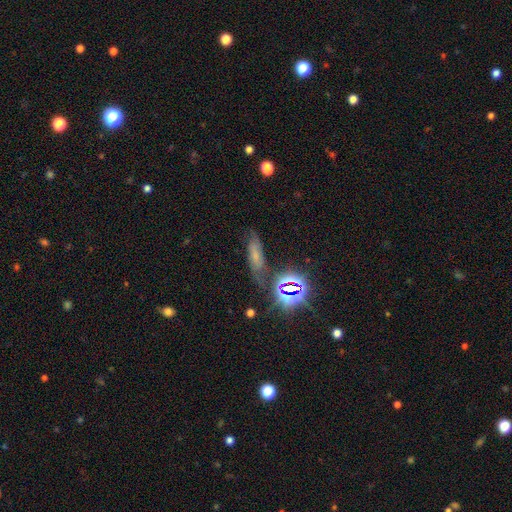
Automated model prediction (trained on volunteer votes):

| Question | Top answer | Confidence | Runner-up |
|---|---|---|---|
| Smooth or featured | smooth | 37% | featured or disk (33%) |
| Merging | none | 64% | minor disturbance (21%) |